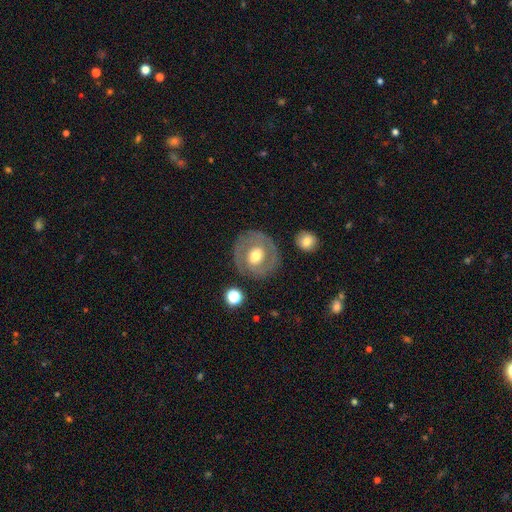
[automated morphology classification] The model was most divided on "spiral arms": no: 55%, yes: 45%. More confident: edge-on disk — no (96%); merging — none (80%); bulge size — moderate (68%); smooth or featured — featured or disk (58%); bar — no (54%).